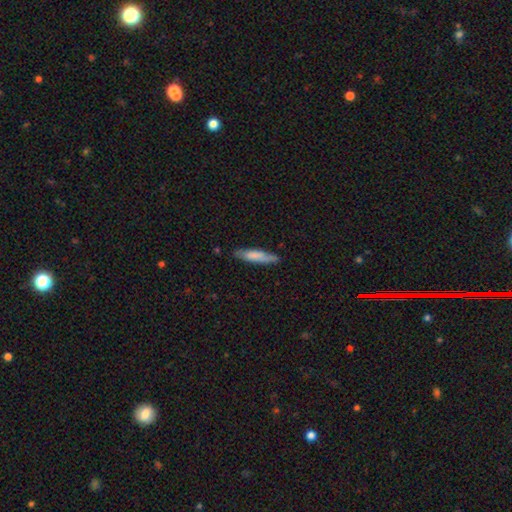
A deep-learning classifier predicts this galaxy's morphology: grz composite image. It shows a smooth galaxy with no disk features (74%) that is cigar-shaped (82%). Merging: none (81%).